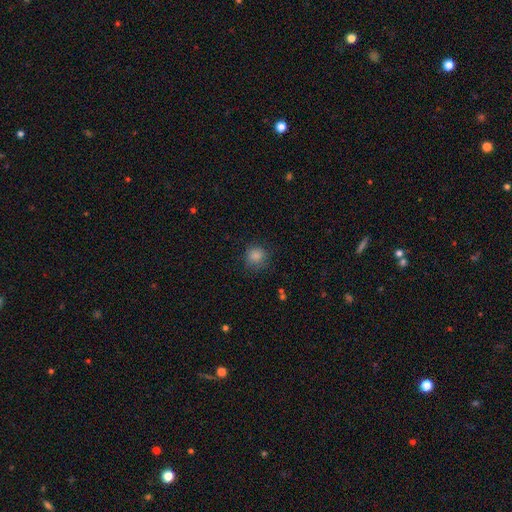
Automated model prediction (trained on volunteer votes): Smooth or featured?
  - smooth: 84% *
  - star or artifact: 11%
  - featured or disk: 5%
How rounded?
  - round: 87% *
  - in between: 12%
  - cigar-shaped: 1%
Merging?
  - none: 78% *
  - minor disturbance: 16%
  - major disturbance: 5%
  - merger: 1%